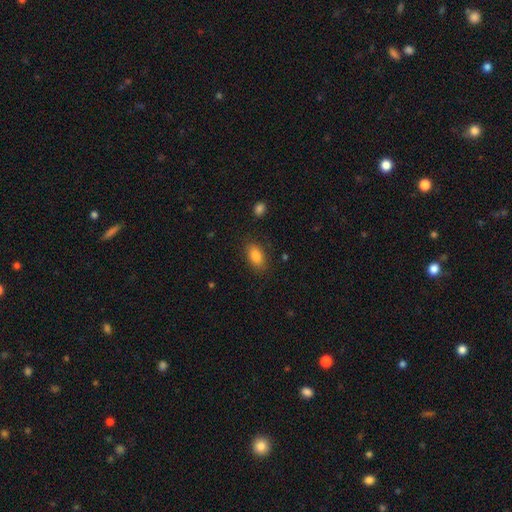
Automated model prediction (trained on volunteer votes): smooth 85%, star or artifact 8%, featured or disk 7%. Down the decision tree: how rounded — in between (90%); merging — none (84%).